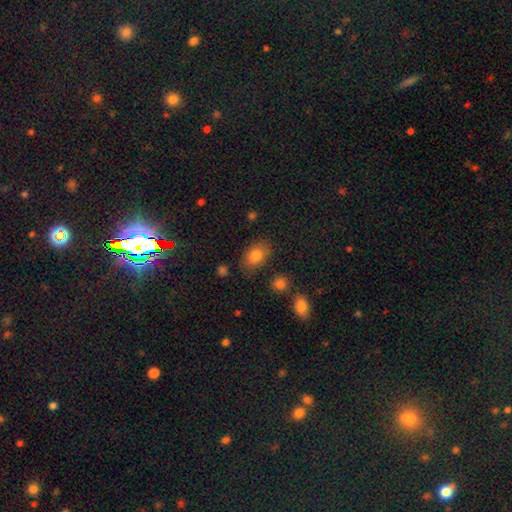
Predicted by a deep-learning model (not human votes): smooth-or-featured: smooth: 81% | featured or disk: 11% | star or artifact: 8%
  how-rounded: in between: 86% | round: 12% | cigar-shaped: 2%
  merging: none: 81% | minor disturbance: 13% | major disturbance: 3% | merger: 3%